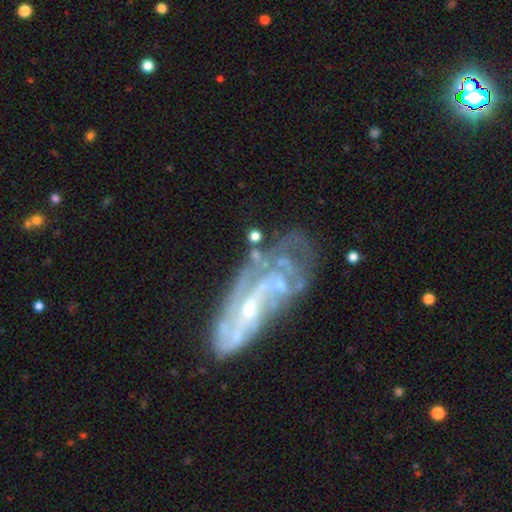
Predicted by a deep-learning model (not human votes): Q: Smooth or featured?
A: featured or disk (71%); runner-up: smooth (19%)
Q: Edge-on disk?
A: no (90%); runner-up: yes (10%)
Q: Bar?
A: no (64%); runner-up: weak (26%)
Q: Spiral arms?
A: yes (65%); runner-up: no (35%)
Q: Bulge size?
A: small (40%); runner-up: moderate (34%)
Q: Merging?
A: none (45%); runner-up: major disturbance (21%)